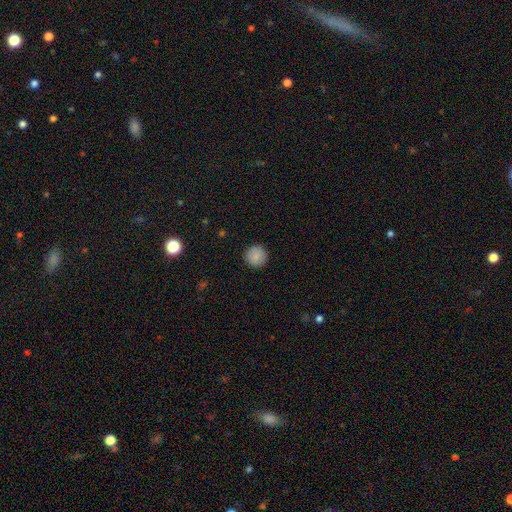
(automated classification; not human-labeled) This is clearly a smooth galaxy (88%). How rounded: clearly round (96%). Merging: clearly none (92%).